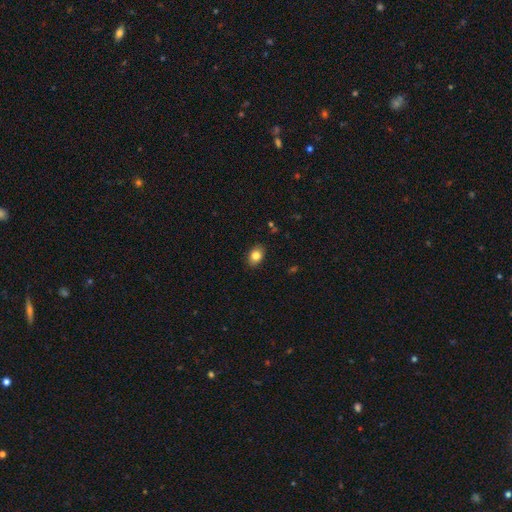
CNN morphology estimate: smooth 82%, star or artifact 9%, featured or disk 9%. Down the decision tree: how rounded — in between (71%); merging — none (87%).